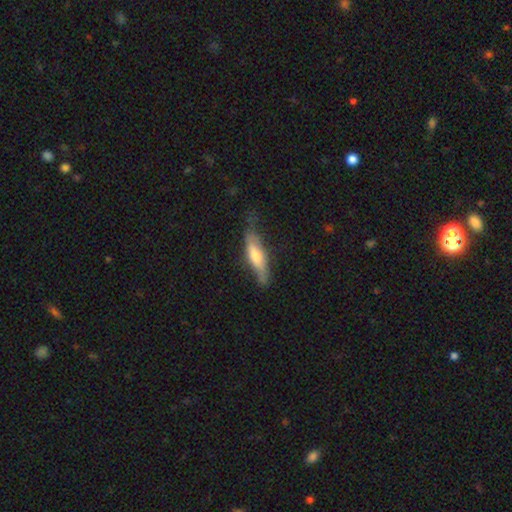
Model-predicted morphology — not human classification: smooth_or_featured: smooth (p=0.51) [alt: featured or disk p=0.43]
how_rounded: cigar-shaped (p=0.67) [alt: in between p=0.31]
merging: none (p=0.62) [alt: minor disturbance p=0.28]